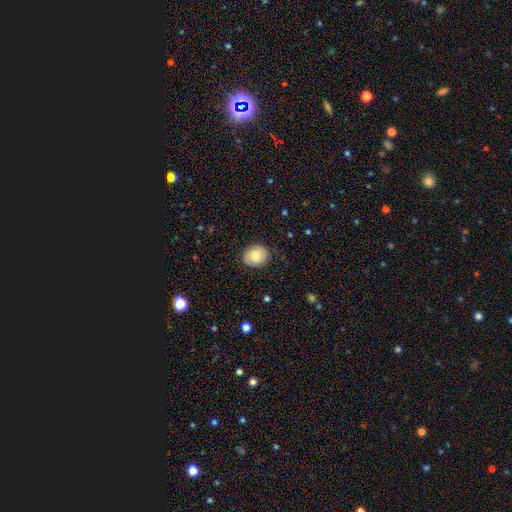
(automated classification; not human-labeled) smooth 75%, featured or disk 18%, star or artifact 7%. Down the decision tree: how rounded — round (57%); merging — none (82%).